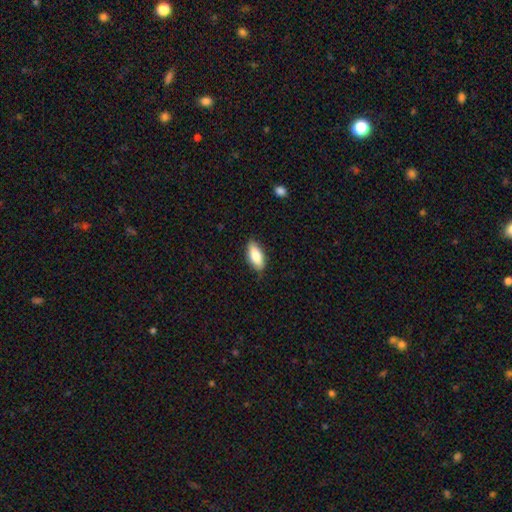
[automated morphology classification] The model was most divided on "how rounded": in between: 82%, cigar-shaped: 15%, round: 2%. More confident: merging — none (85%); smooth or featured — smooth (82%).